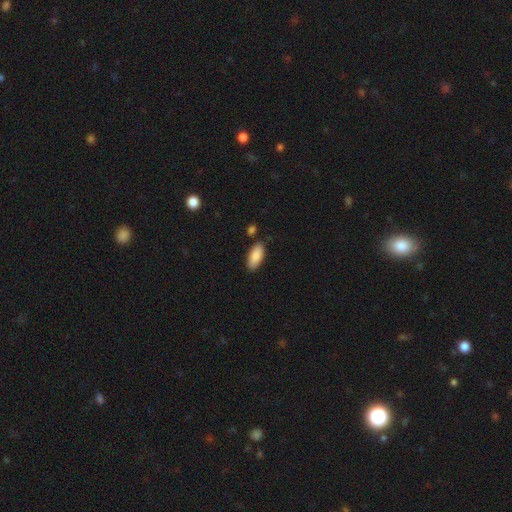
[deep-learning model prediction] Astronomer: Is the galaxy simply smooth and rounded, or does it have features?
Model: smooth — 87%.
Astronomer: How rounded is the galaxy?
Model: in between — 85%.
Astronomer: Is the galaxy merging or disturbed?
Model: none — 83%.